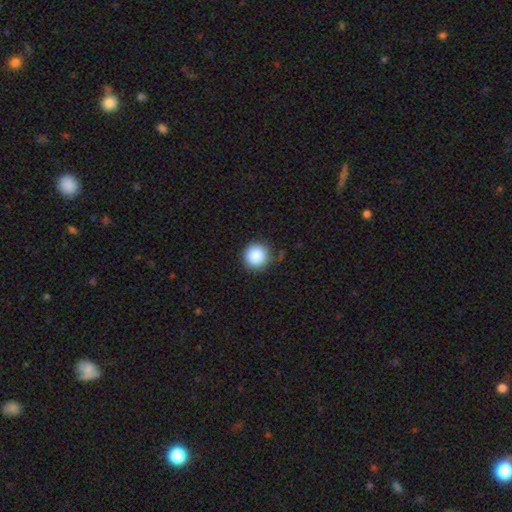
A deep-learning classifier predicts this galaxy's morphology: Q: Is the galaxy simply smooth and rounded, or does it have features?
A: smooth — 85%.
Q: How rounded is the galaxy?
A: round — 95%.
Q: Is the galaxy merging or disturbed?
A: none — 84%.